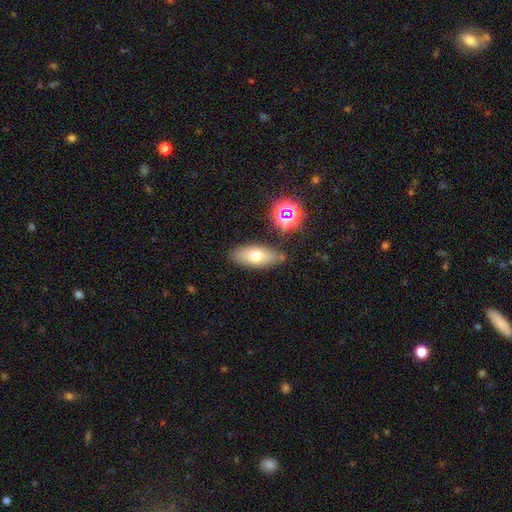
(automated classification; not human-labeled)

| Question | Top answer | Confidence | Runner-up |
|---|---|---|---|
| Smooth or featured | smooth | 66% | featured or disk (23%) |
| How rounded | in between | 79% | cigar-shaped (15%) |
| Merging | none | 79% | minor disturbance (13%) |